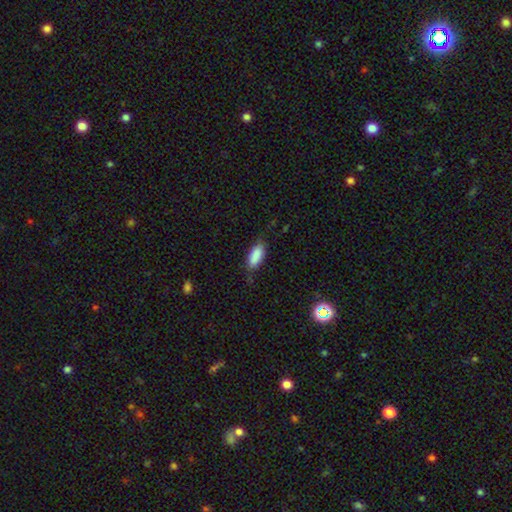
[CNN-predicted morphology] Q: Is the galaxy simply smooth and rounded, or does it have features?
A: smooth — 87%.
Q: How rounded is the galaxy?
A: in between — 80%.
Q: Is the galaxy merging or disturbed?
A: none — 75%.